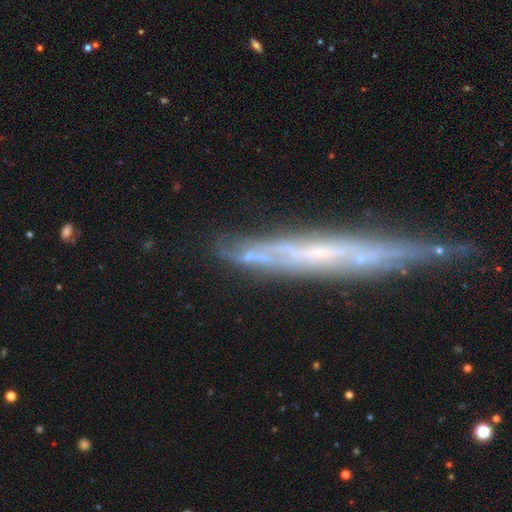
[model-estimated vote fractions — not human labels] Smooth or featured: featured or disk — 63% (smooth — 26%)
Edge-on disk: yes — 73% (no — 27%)
Merging: none — 64% (minor disturbance — 21%)